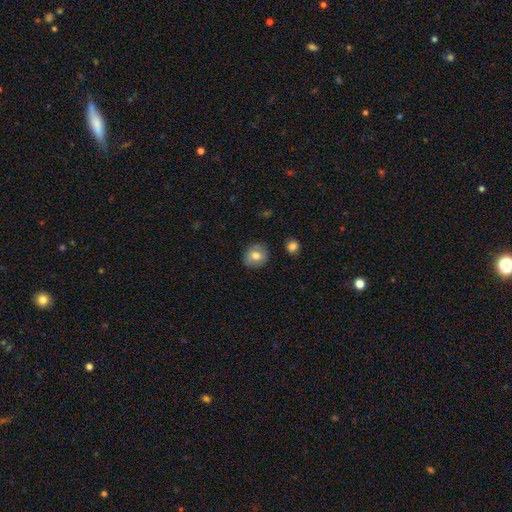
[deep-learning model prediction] A smooth galaxy with no disk features (76%) that is round (73%).

Vote fractions:
- Smooth or featured? smooth: 76% / featured or disk: 15% / star or artifact: 9%
- How rounded? round: 73% / in between: 26% / cigar-shaped: 1%
- Merging? none: 85% / minor disturbance: 11% / major disturbance: 2% / merger: 2%